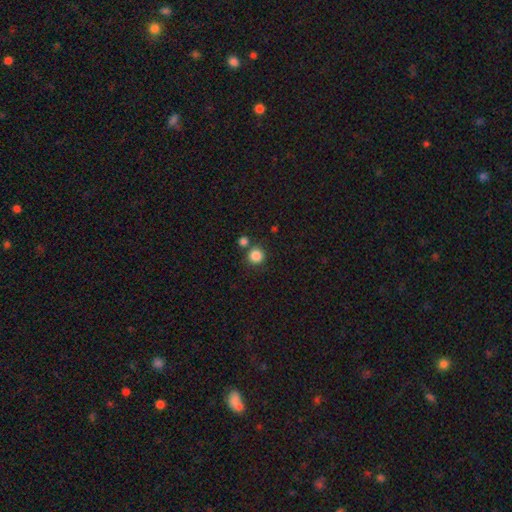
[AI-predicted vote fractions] Smooth or featured? smooth (85%)
How rounded? round (93%)
Merging? none (77%)